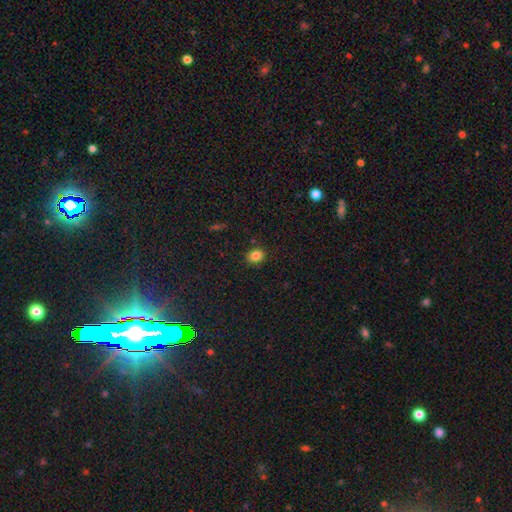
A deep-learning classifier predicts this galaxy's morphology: smooth-or-featured: smooth: 84% | star or artifact: 11% | featured or disk: 5%
  how-rounded: round: 65% | in between: 34% | cigar-shaped: 1%
  merging: none: 88% | minor disturbance: 8% | major disturbance: 2% | merger: 1%